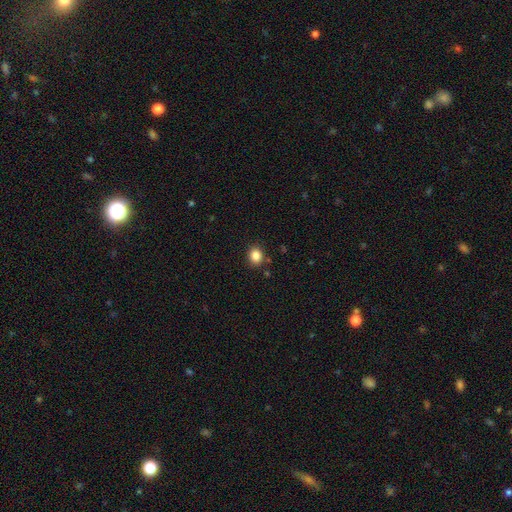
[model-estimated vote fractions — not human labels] Smooth or featured: smooth — 85% (star or artifact — 11%)
How rounded: round — 67% (in between — 32%)
Merging: none — 87% (minor disturbance — 8%)